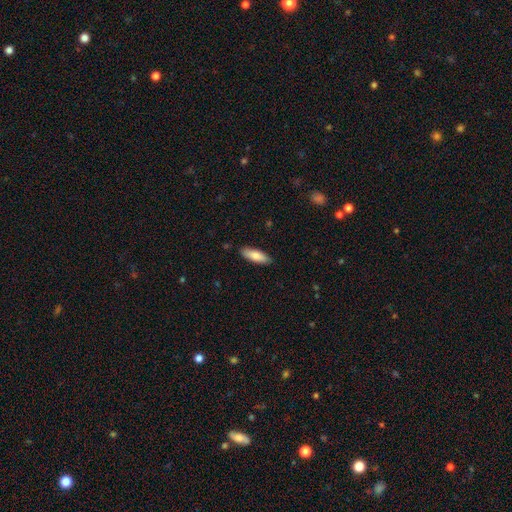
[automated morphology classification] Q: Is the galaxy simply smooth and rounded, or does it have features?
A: smooth — 82%.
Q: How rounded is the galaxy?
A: in between — 57%.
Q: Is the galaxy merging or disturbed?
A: none — 88%.